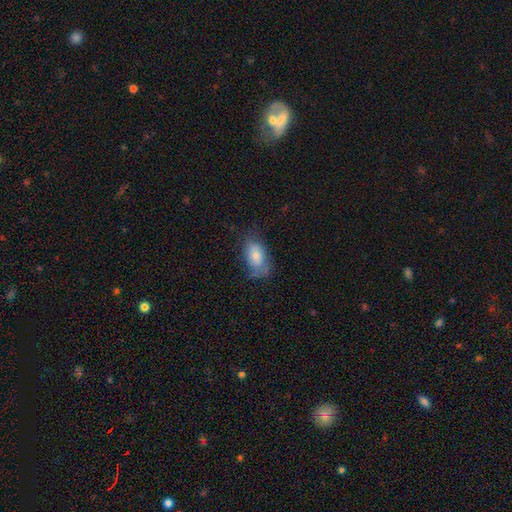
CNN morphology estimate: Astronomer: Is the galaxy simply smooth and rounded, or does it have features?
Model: smooth — 71%.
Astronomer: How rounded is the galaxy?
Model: in between — 91%.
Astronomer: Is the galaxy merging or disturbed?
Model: none — 59%.